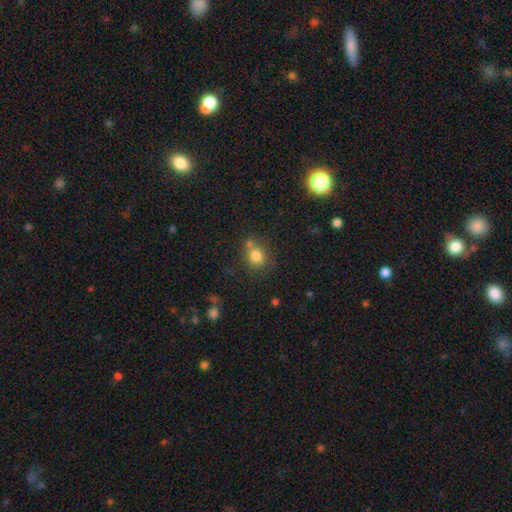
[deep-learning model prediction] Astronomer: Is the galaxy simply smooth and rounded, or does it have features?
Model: smooth — 78%.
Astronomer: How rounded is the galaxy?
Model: round — 75%.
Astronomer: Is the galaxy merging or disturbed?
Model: none — 57%.